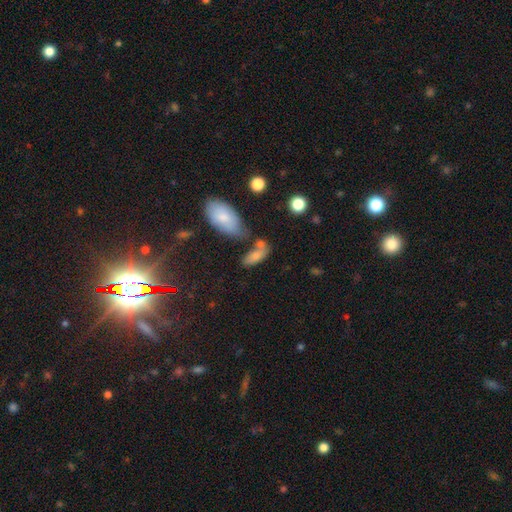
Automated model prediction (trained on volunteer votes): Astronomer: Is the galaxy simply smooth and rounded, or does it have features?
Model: smooth — 74%.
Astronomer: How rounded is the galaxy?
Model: in between — 81%.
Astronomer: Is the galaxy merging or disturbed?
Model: none — 42% (runner-up: merger, 33%).